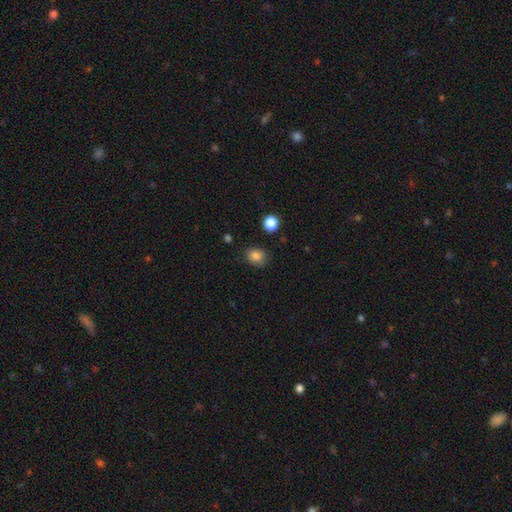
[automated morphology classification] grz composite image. It shows a smooth galaxy with no disk features (84%) that is round (60%). Merging: none (81%).